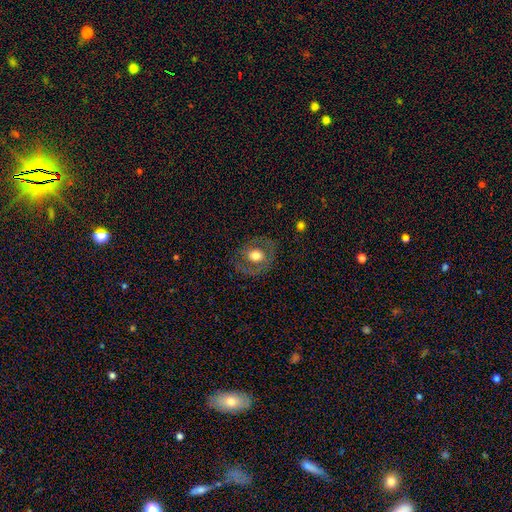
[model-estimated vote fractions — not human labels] Q: Smooth or featured?
A: smooth (48%); runner-up: featured or disk (45%)
Q: Merging?
A: none (77%); runner-up: minor disturbance (14%)